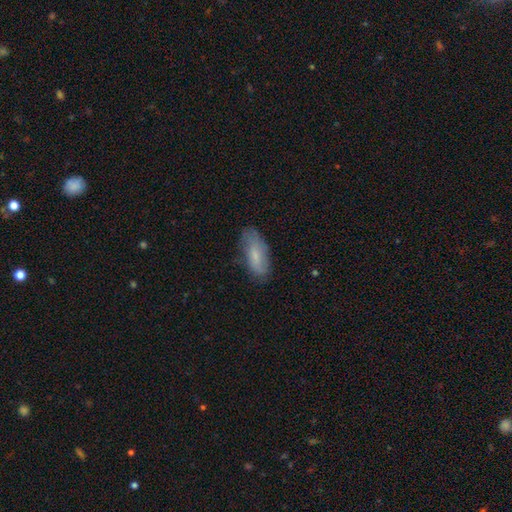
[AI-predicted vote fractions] smooth_or_featured: smooth (p=0.71) [alt: featured or disk p=0.22]
how_rounded: in between (p=0.77) [alt: cigar-shaped p=0.21]
merging: none (p=0.70) [alt: minor disturbance p=0.23]